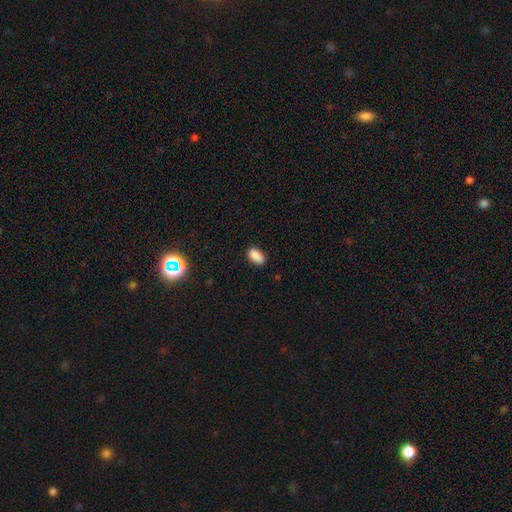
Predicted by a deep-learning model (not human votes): smooth 88%, star or artifact 9%, featured or disk 3%. Down the decision tree: how rounded — in between (90%); merging — none (84%).